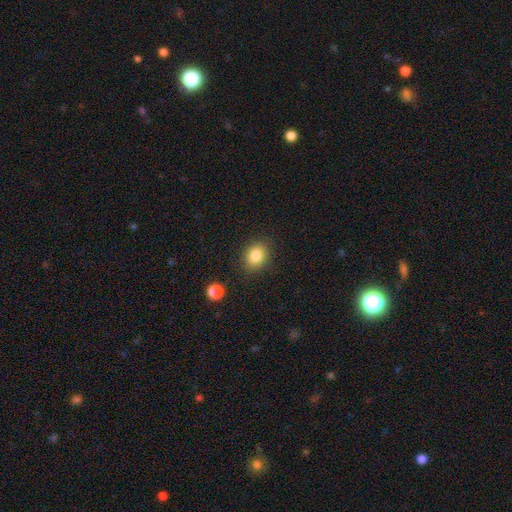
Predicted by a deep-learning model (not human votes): Morphology: type=smooth (84%); roundness=round (50%); merging=none (84%).